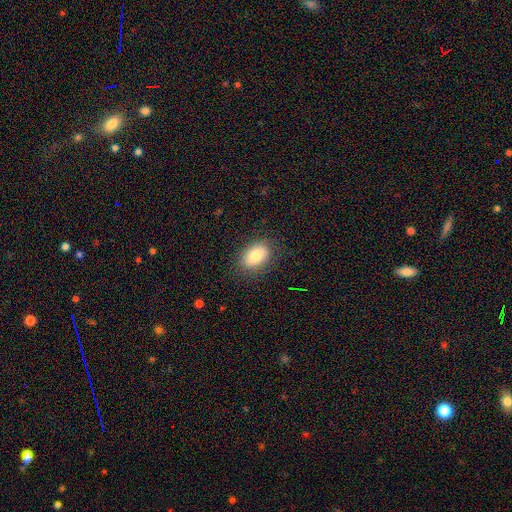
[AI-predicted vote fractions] This is clearly a smooth galaxy (81%). How rounded: clearly in between (87%). Merging: clearly none (82%).